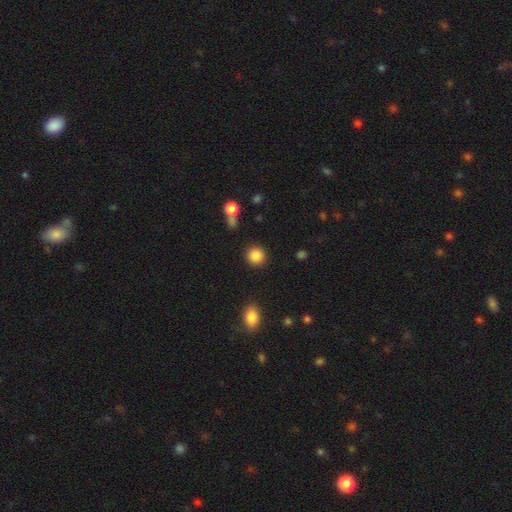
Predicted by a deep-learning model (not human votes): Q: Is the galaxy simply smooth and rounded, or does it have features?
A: smooth — 87%.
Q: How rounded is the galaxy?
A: round — 92%.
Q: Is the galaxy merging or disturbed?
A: none — 88%.